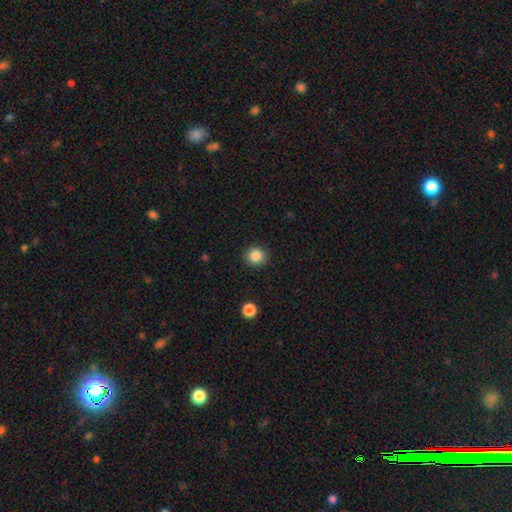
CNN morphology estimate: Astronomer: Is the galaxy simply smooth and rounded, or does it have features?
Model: smooth — 86%.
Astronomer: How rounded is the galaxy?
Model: round — 88%.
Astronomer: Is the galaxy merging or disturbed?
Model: none — 90%.